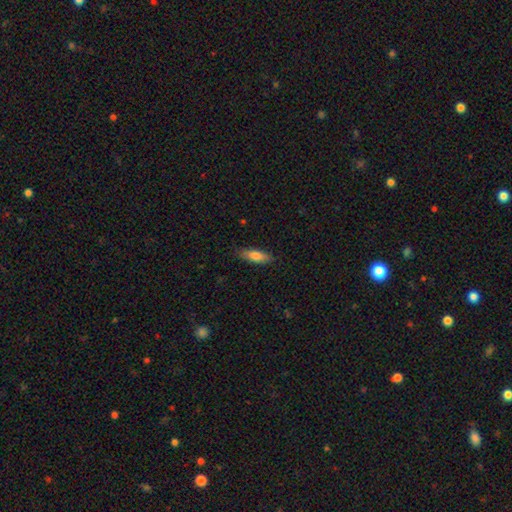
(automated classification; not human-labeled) Smooth or featured?
  - smooth: 79% *
  - featured or disk: 15%
  - star or artifact: 6%
How rounded?
  - in between: 59% *
  - cigar-shaped: 39%
  - round: 2%
Merging?
  - none: 82% *
  - minor disturbance: 14%
  - major disturbance: 3%
  - merger: 1%